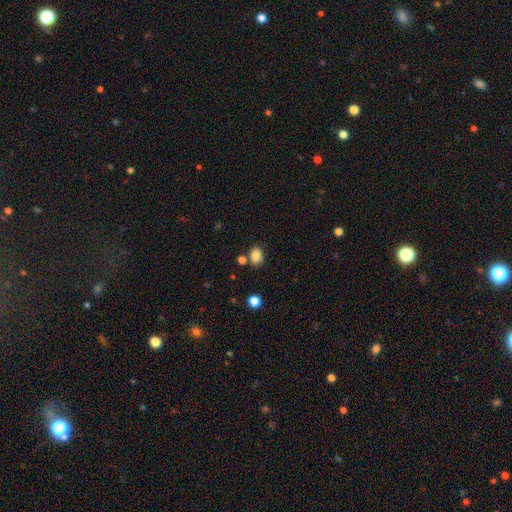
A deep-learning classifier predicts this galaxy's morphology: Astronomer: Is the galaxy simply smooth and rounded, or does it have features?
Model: smooth — 85%.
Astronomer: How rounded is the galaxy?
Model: in between — 60% (runner-up: round, 39%).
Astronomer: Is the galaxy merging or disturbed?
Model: none — 75%.